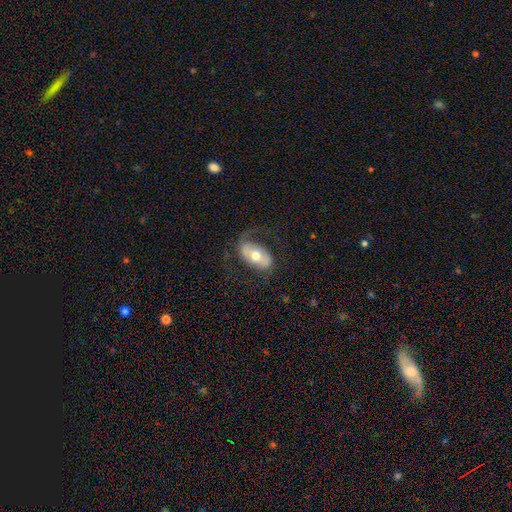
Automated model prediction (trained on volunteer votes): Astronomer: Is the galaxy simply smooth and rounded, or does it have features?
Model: featured or disk — 59% (runner-up: smooth, 35%).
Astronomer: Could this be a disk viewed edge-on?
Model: no — 91%.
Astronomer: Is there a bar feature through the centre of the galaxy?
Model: no — 45% (runner-up: weak, 29%).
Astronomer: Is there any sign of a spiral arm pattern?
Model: yes — 72%.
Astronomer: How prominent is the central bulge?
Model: moderate — 73%.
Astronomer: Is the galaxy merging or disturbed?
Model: none — 63%.